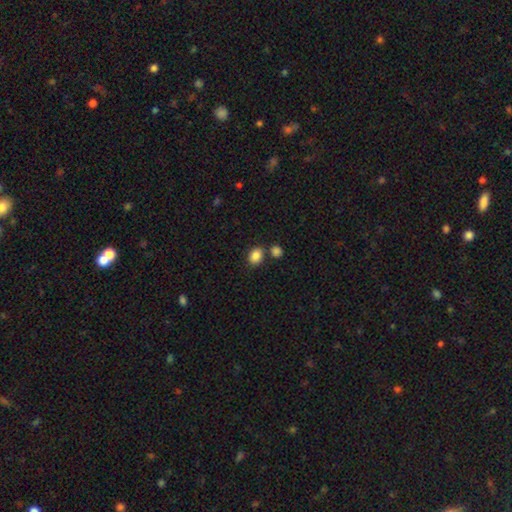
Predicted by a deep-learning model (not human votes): smooth-or-featured: smooth: 86% | star or artifact: 9% | featured or disk: 4%
  how-rounded: in between: 52% | round: 47% | cigar-shaped: 1%
  merging: none: 70% | merger: 17% | minor disturbance: 10% | major disturbance: 3%